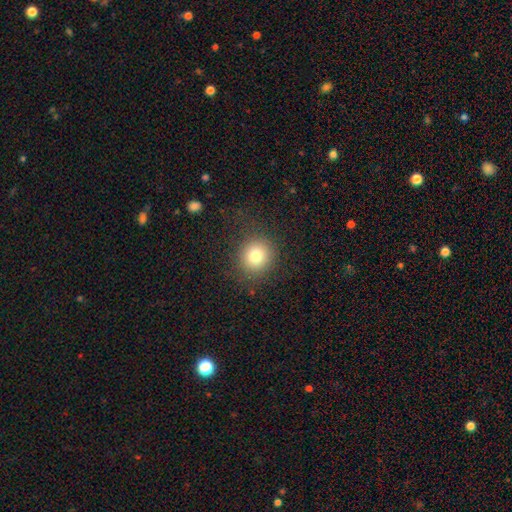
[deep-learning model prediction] smooth-or-featured: smooth: 78% | star or artifact: 13% | featured or disk: 9%
  how-rounded: round: 90% | in between: 10% | cigar-shaped: 1%
  merging: none: 85% | minor disturbance: 9% | major disturbance: 5% | merger: 1%